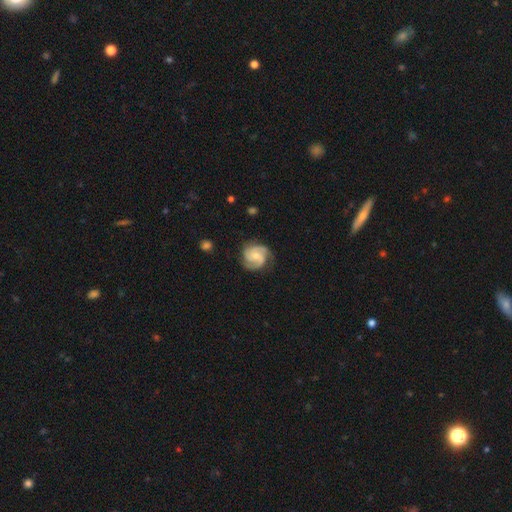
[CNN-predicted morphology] smooth-or-featured: featured or disk: 84% | smooth: 11% | star or artifact: 5%
  disk-edge-on: no: 98% | yes: 2%
    bar: no: 57% | weak: 35% | strong: 7%
    has-spiral-arms: yes: 98% | no: 2%
      spiral-winding: medium: 47% | tight: 43% | loose: 10%
      spiral-arm-count: 2: 44% | 3: 42% | can't tell: 6% | 4: 3% | 1: 3% | more than 4: 2%
    bulge-size: small: 53% | moderate: 37% | none: 7% | large: 2% | dominant: 1%
  merging: none: 78% | minor disturbance: 16% | major disturbance: 5% | merger: 1%